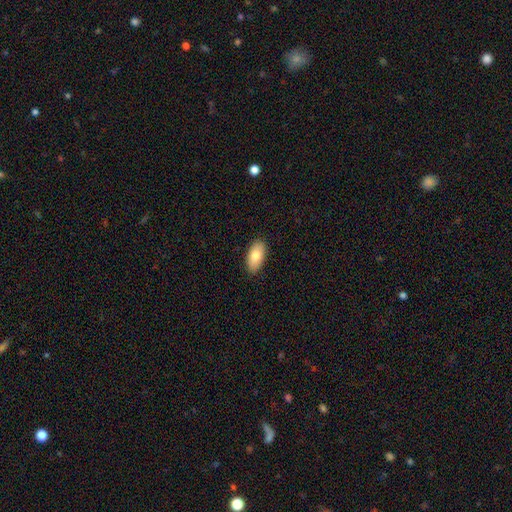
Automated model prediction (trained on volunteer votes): This is clearly a smooth galaxy (80%). How rounded: clearly in between (93%). Merging: clearly none (89%).